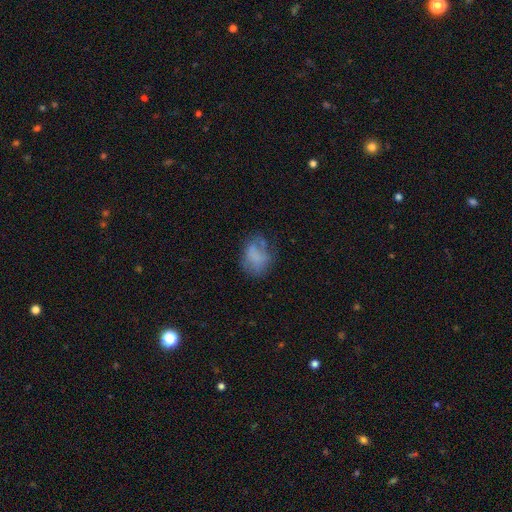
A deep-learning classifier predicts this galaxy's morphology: Overall: smooth (65%). How rounded: in between (59%; round 39%). Merging: none (47%; minor disturbance 28%).